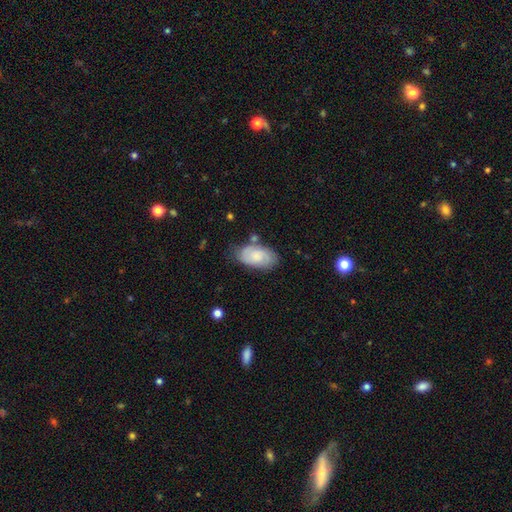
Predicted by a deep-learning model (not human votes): smooth_or_featured: smooth (p=0.52) [alt: featured or disk p=0.41]
how_rounded: in between (p=0.93) [alt: round p=0.04]
merging: none (p=0.68) [alt: minor disturbance p=0.21]